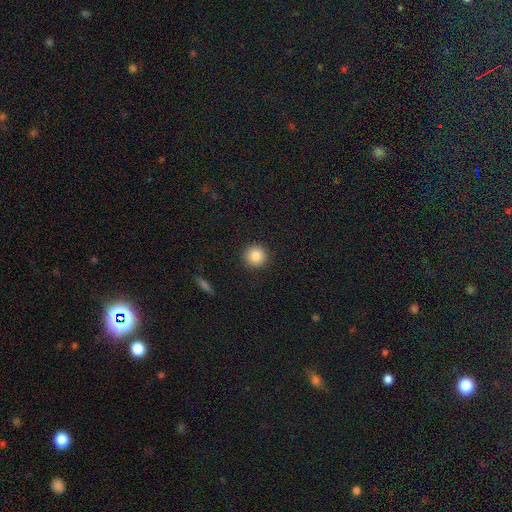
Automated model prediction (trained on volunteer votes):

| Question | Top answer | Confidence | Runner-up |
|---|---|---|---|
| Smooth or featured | smooth | 86% | star or artifact (9%) |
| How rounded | round | 95% | in between (4%) |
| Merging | none | 92% | minor disturbance (5%) |